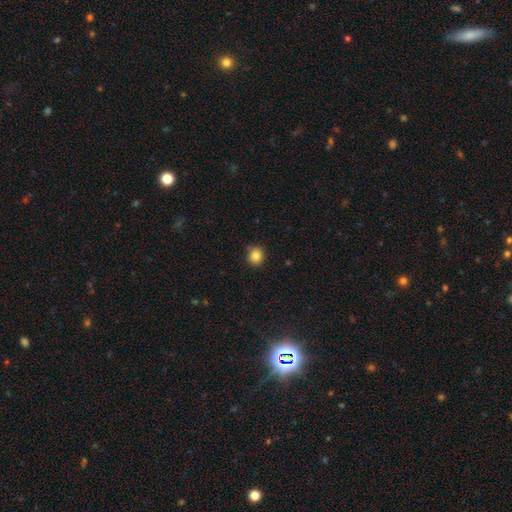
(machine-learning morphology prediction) Smooth or featured: smooth — 85% (star or artifact — 11%)
How rounded: round — 88% (in between — 11%)
Merging: none — 84% (minor disturbance — 11%)